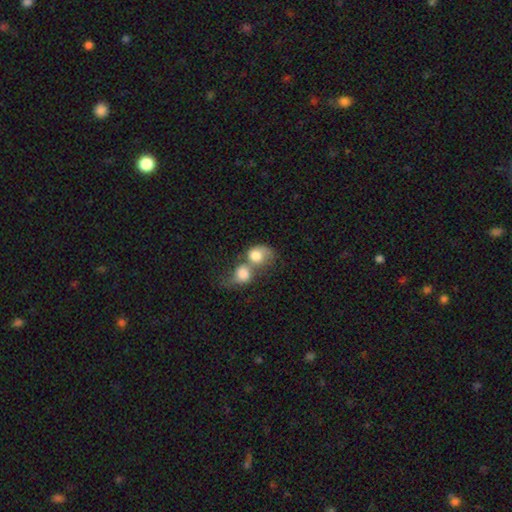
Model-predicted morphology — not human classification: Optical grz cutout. It shows a smooth galaxy with no disk features (73%) that is round (52%). Merging: merger (77%).